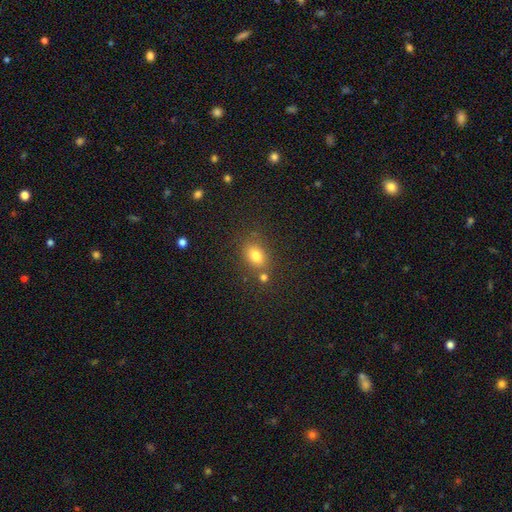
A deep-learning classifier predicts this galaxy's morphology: The model was most divided on "how rounded": in between: 63%, round: 35%, cigar-shaped: 2%. More confident: smooth or featured — smooth (78%); merging — none (70%).